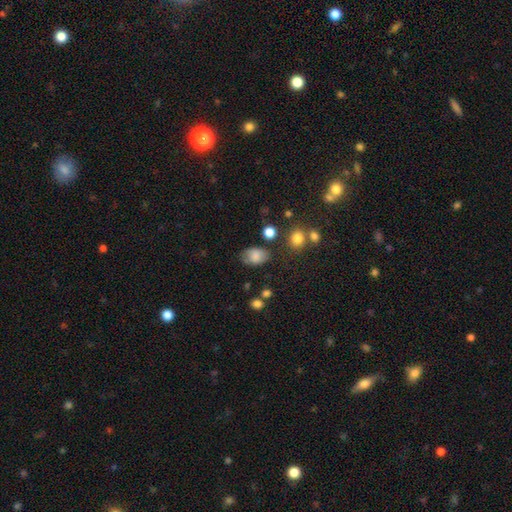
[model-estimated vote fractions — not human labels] Smooth or featured? Predicted: smooth (p=0.80). How rounded? Predicted: in between (p=0.83). Merging? Predicted: none (p=0.65).